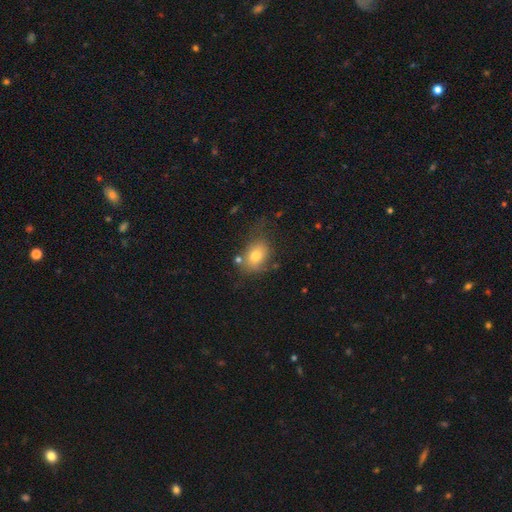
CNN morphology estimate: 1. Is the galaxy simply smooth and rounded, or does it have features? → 74% smooth, 15% featured or disk, 10% star or artifact.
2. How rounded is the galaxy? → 63% in between, 36% round, 1% cigar-shaped.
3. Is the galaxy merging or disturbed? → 56% none, 27% minor disturbance, 12% major disturbance, 6% merger.